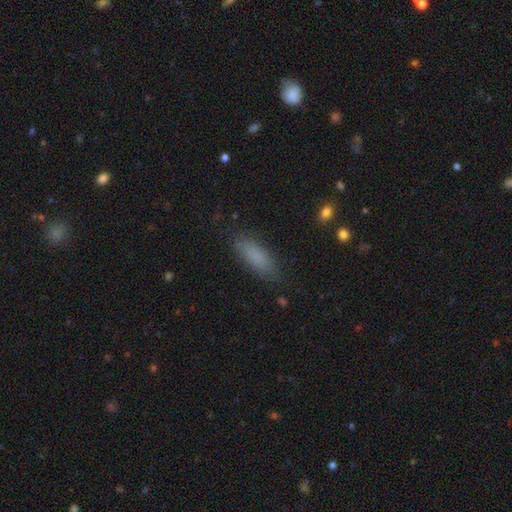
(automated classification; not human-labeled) Smooth or featured: smooth — 83% (star or artifact — 9%)
How rounded: in between — 60% (cigar-shaped — 38%)
Merging: none — 83% (minor disturbance — 12%)